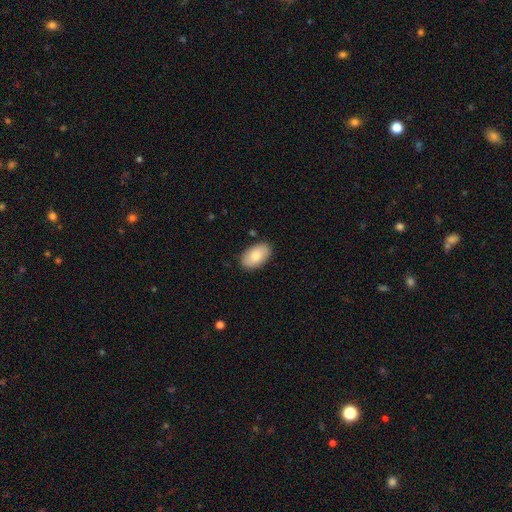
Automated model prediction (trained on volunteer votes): A smooth galaxy with no disk features (81%) that is in between round and cigar-shaped (94%).

Vote fractions:
- Smooth or featured? smooth: 81% / featured or disk: 13% / star or artifact: 6%
- How rounded? in between: 94% / round: 5% / cigar-shaped: 1%
- Merging? none: 87% / minor disturbance: 10% / major disturbance: 2% / merger: 1%